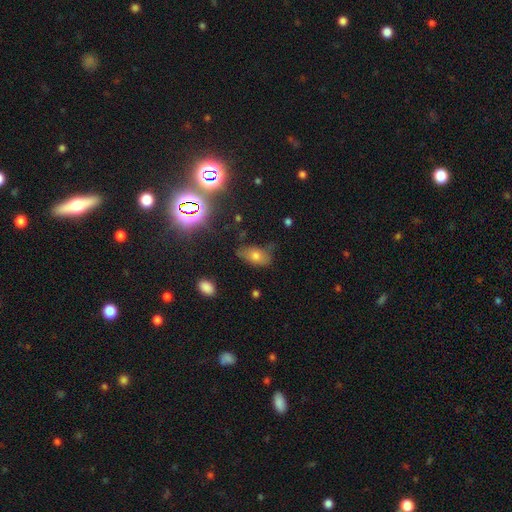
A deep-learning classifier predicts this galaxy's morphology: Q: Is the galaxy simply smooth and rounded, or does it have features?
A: smooth — 63%.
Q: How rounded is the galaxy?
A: in between — 88%.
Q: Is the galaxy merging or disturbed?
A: none — 56%.